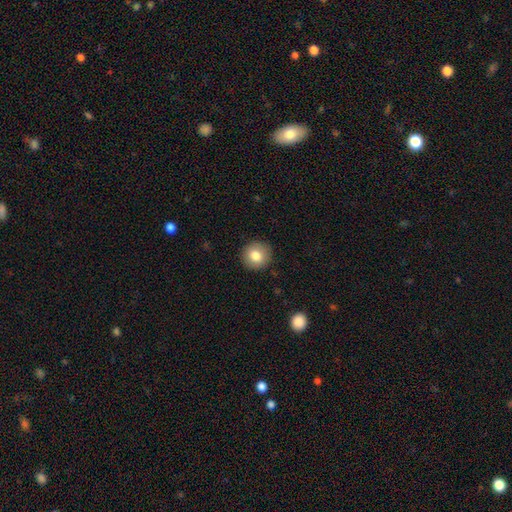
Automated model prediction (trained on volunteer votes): A smooth galaxy with no disk features (81%) that is round (92%). Merging: none (91%).